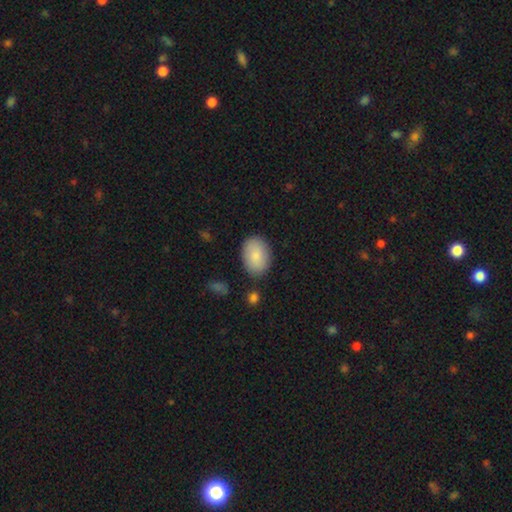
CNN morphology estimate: Smooth or featured: smooth — 84% (featured or disk — 10%)
How rounded: in between — 83% (round — 16%)
Merging: none — 82% (minor disturbance — 12%)